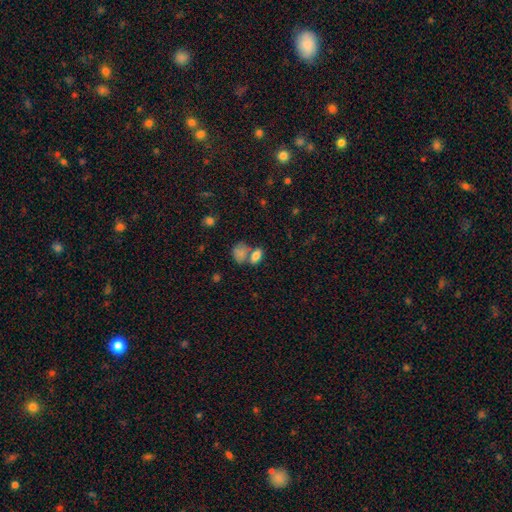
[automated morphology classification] Q: Smooth or featured?
A: smooth (80%); runner-up: featured or disk (10%)
Q: How rounded?
A: in between (85%); runner-up: round (10%)
Q: Merging?
A: none (46%); runner-up: merger (38%)